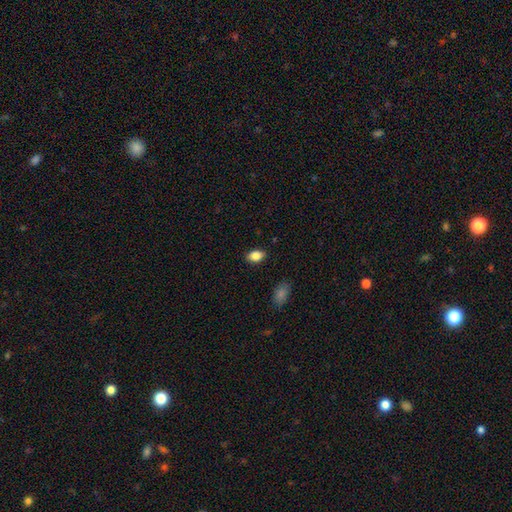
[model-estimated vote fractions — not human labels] Smooth or featured? Predicted: smooth (p=0.84). How rounded? Predicted: in between (p=0.88). Merging? Predicted: none (p=0.87).